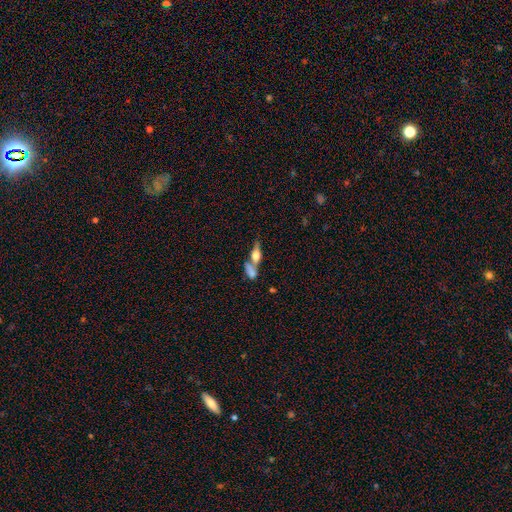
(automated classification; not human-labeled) featured or disk 47%, smooth 44%, star or artifact 9%. Down the decision tree: merging — merger (50%).